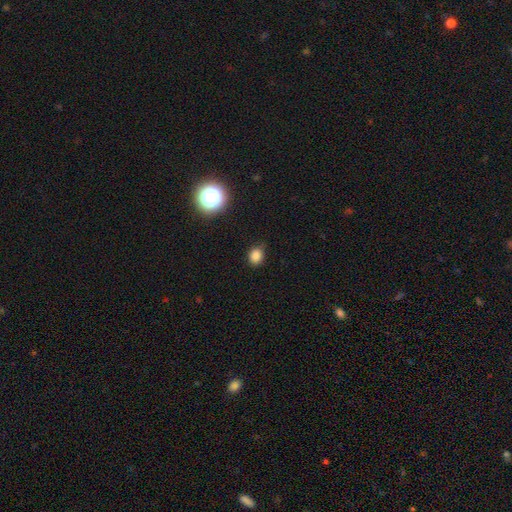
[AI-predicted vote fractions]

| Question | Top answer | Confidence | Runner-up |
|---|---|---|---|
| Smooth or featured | smooth | 82% | star or artifact (14%) |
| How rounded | round | 54% | in between (45%) |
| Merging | none | 79% | minor disturbance (16%) |